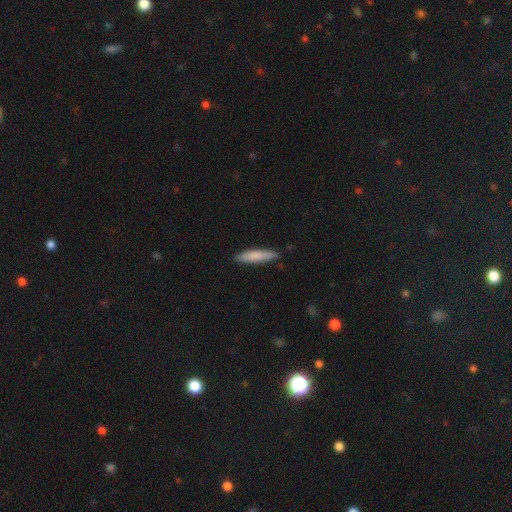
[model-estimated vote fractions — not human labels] smooth 80%, featured or disk 15%, star or artifact 5%. Down the decision tree: how rounded — cigar-shaped (85%); merging — none (87%).